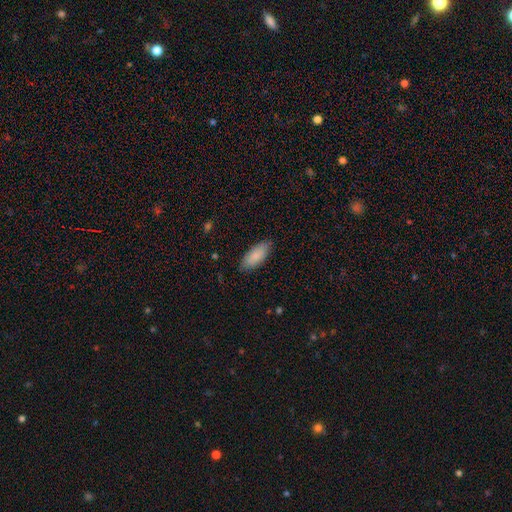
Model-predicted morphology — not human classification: Q: Smooth or featured?
A: smooth (87%); runner-up: featured or disk (7%)
Q: How rounded?
A: in between (84%); runner-up: cigar-shaped (14%)
Q: Merging?
A: none (84%); runner-up: minor disturbance (13%)